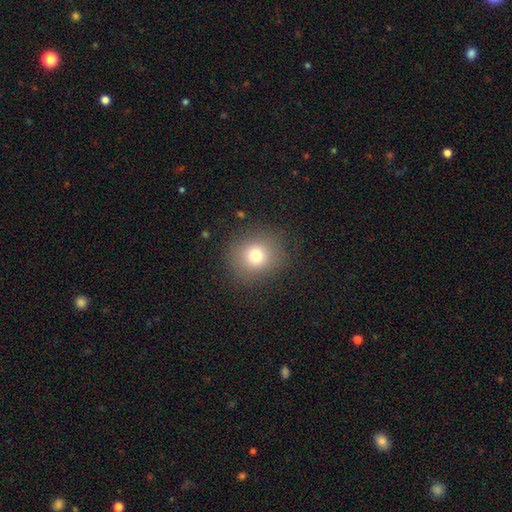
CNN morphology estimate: Smooth or featured?
  - smooth: 75% *
  - star or artifact: 14%
  - featured or disk: 11%
How rounded?
  - round: 86% *
  - in between: 13%
  - cigar-shaped: 1%
Merging?
  - none: 85% *
  - minor disturbance: 9%
  - major disturbance: 5%
  - merger: 1%